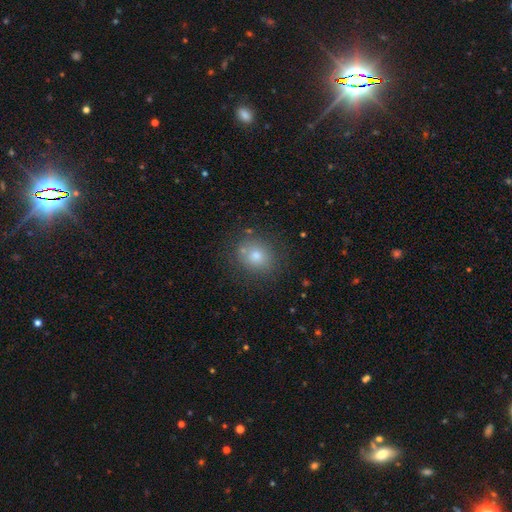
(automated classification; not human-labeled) smooth_or_featured: smooth (p=0.74) [alt: star or artifact p=0.15]
how_rounded: round (p=0.76) [alt: in between p=0.23]
merging: none (p=0.81) [alt: minor disturbance p=0.11]